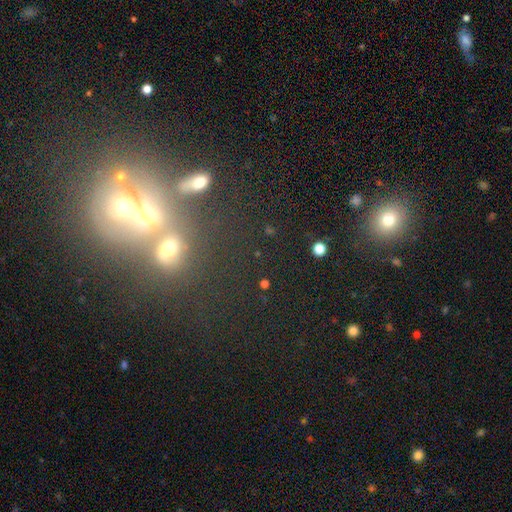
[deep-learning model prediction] Smooth or featured? Predicted: star or artifact (p=0.40).